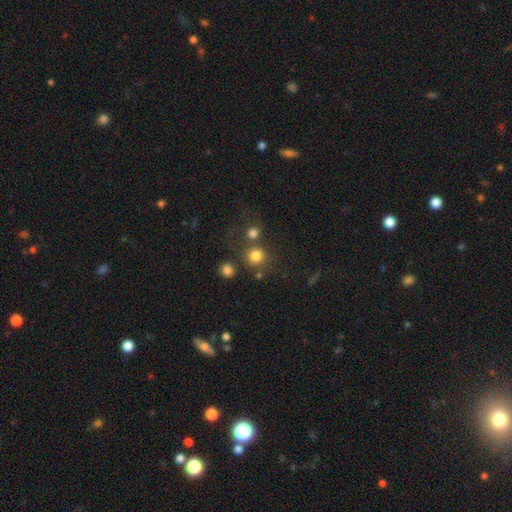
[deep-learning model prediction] smooth 79%, star or artifact 15%, featured or disk 6%. Down the decision tree: how rounded — round (92%); merging — none (70%).